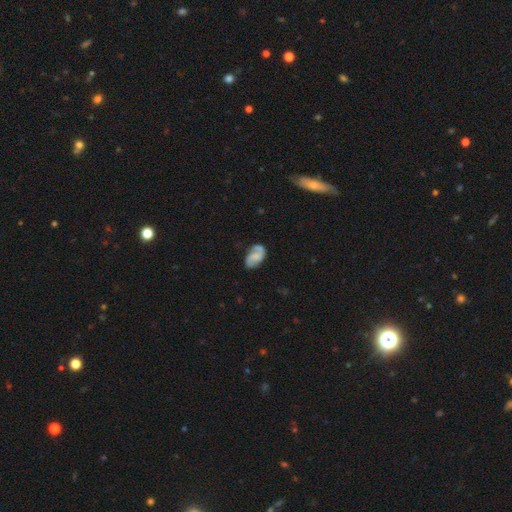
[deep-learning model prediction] smooth-or-featured: featured or disk: 61% | smooth: 32% | star or artifact: 7%
  disk-edge-on: no: 97% | yes: 3%
    bar: no: 53% | weak: 36% | strong: 10%
    has-spiral-arms: yes: 88% | no: 12%
      spiral-winding: medium: 43% | loose: 35% | tight: 22%
      spiral-arm-count: 2: 78% | 1: 11% | can't tell: 7% | 3: 1% | 4: 1% | more than 4: 1%
    bulge-size: none: 45% | small: 28% | moderate: 20% | large: 6% | dominant: 2%
  merging: none: 59% | minor disturbance: 25% | major disturbance: 11% | merger: 5%